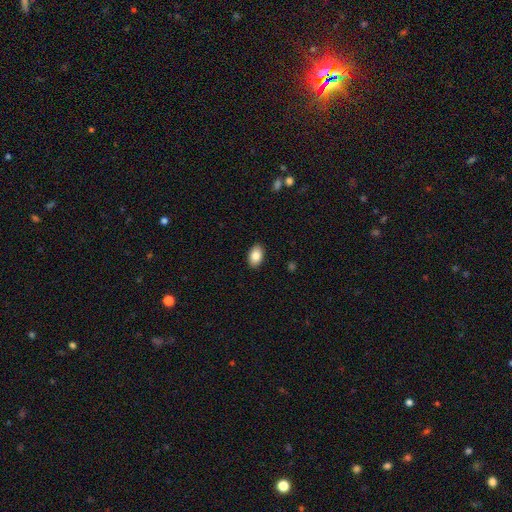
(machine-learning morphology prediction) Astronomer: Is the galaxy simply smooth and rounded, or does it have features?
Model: smooth — 86%.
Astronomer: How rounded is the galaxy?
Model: in between — 90%.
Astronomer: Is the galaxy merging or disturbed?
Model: none — 90%.